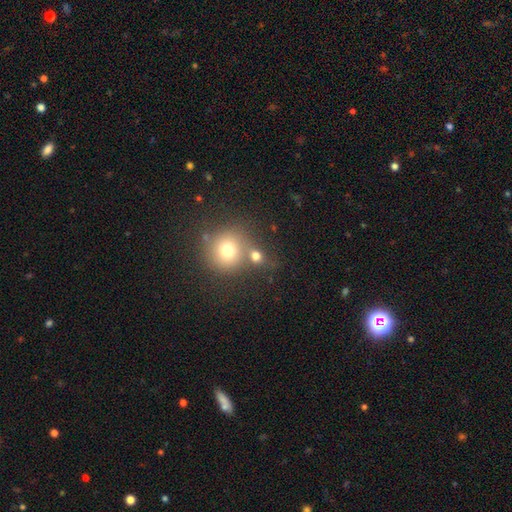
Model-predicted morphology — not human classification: This is likely a smooth galaxy (72%). How rounded: likely round (77%). Merging: possibly none (48%).